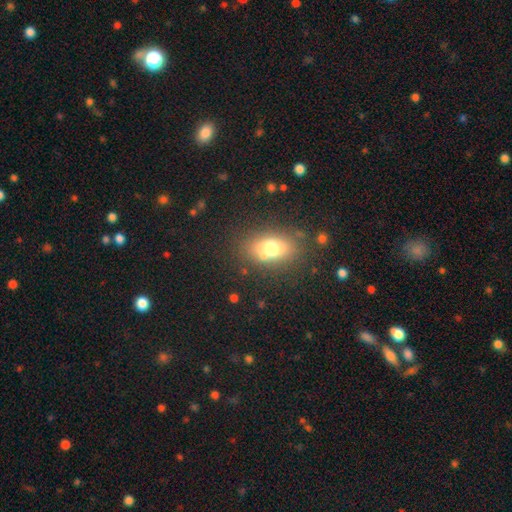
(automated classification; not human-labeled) Q: Smooth or featured?
A: smooth (69%); runner-up: star or artifact (19%)
Q: How rounded?
A: in between (80%); runner-up: round (17%)
Q: Merging?
A: none (85%); runner-up: minor disturbance (10%)